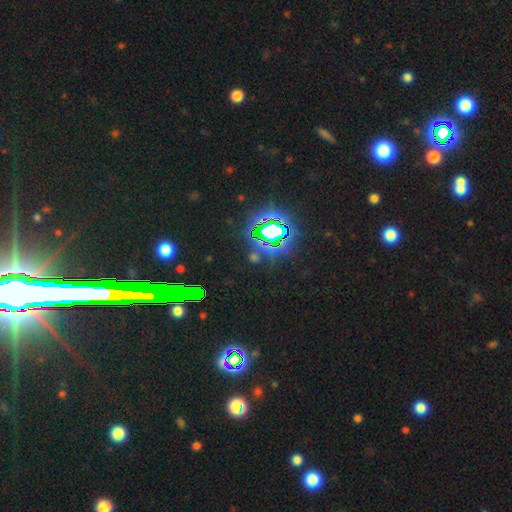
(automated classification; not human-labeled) smooth-or-featured: star or artifact: 77% | smooth: 14% | featured or disk: 9%